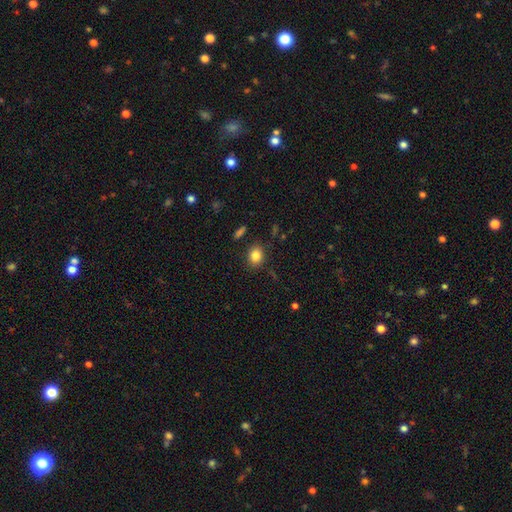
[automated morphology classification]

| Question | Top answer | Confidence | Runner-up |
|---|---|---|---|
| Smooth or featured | smooth | 83% | star or artifact (10%) |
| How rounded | round | 53% | in between (46%) |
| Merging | none | 86% | minor disturbance (10%) |